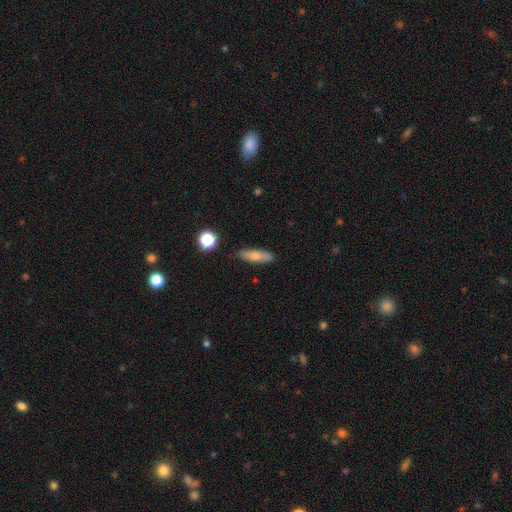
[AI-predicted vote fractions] smooth-or-featured: smooth: 72% | featured or disk: 20% | star or artifact: 8%
  how-rounded: cigar-shaped: 58% | in between: 38% | round: 4%
  merging: none: 84% | minor disturbance: 11% | major disturbance: 2% | merger: 2%